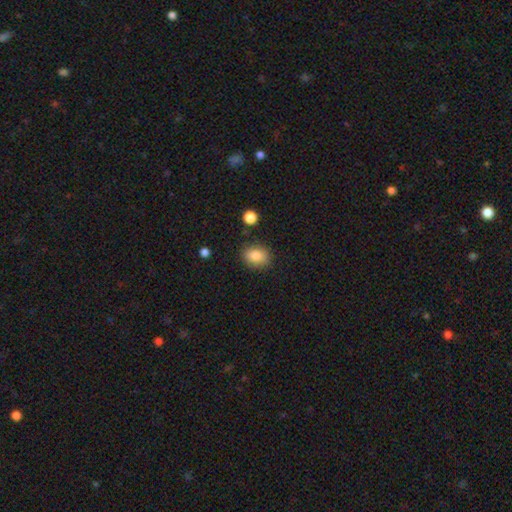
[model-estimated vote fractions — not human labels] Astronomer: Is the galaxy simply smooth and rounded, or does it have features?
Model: smooth — 85%.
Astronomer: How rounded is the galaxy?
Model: in between — 54% (runner-up: round, 45%).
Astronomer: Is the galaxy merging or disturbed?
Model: none — 83%.